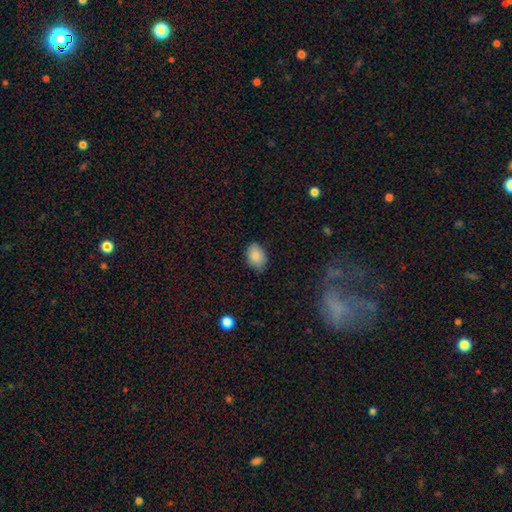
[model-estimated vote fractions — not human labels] Overall: smooth (86%). How rounded: in between (78%). Merging: none (78%).